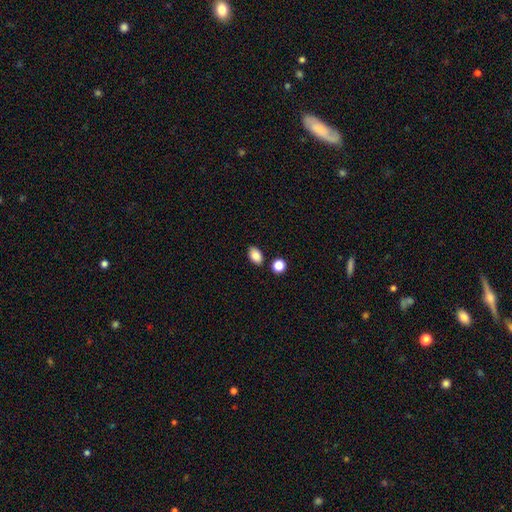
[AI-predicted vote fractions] smooth 86%, star or artifact 9%, featured or disk 5%. Down the decision tree: how rounded — in between (86%); merging — none (82%).